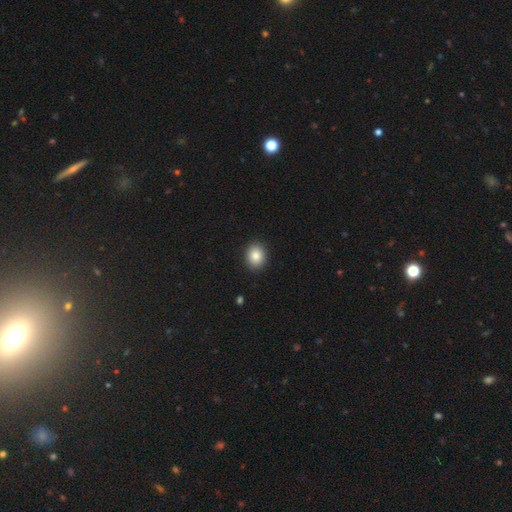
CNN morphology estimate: Smooth or featured?
  - smooth: 86% *
  - star or artifact: 9%
  - featured or disk: 5%
How rounded?
  - round: 64% *
  - in between: 35%
  - cigar-shaped: 1%
Merging?
  - none: 91% *
  - minor disturbance: 6%
  - major disturbance: 2%
  - merger: 1%